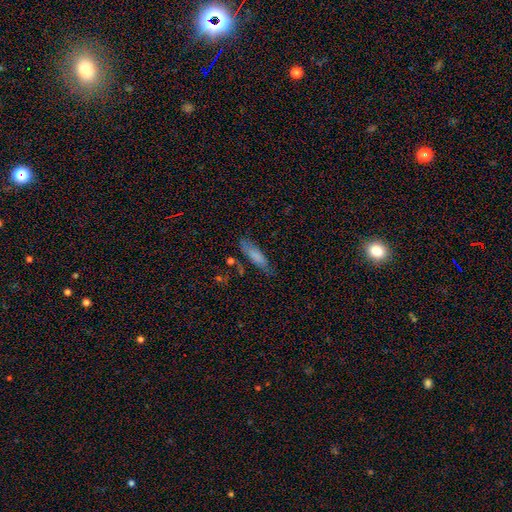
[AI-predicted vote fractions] This appears to be a smooth galaxy with no disk features (74%) that is cigar-shaped (60%). Merging: none (69%).